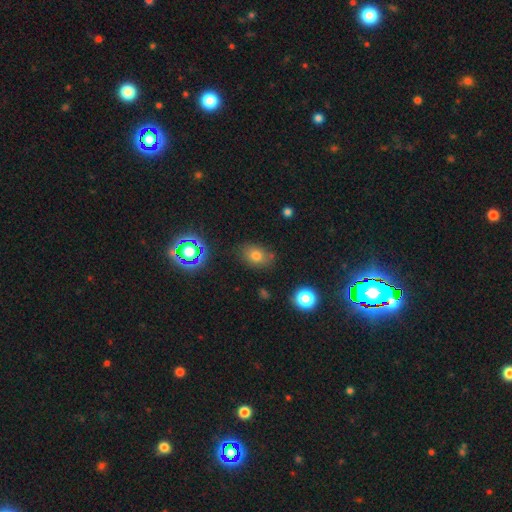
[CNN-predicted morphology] smooth 71%, star or artifact 18%, featured or disk 11%. Down the decision tree: how rounded — in between (67%); merging — none (76%).